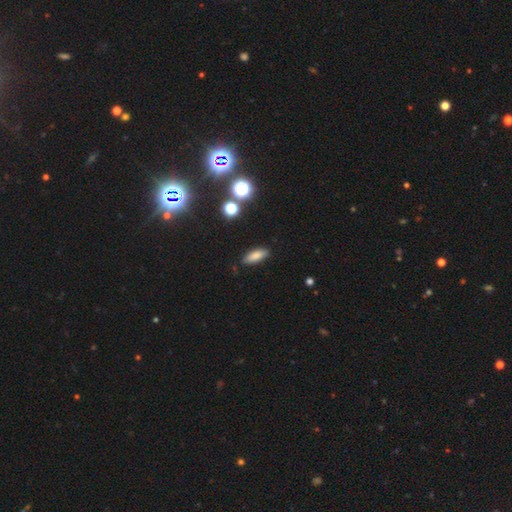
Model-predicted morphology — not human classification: Smooth or featured? smooth (79%)
How rounded? in between (67%)
Merging? none (85%)